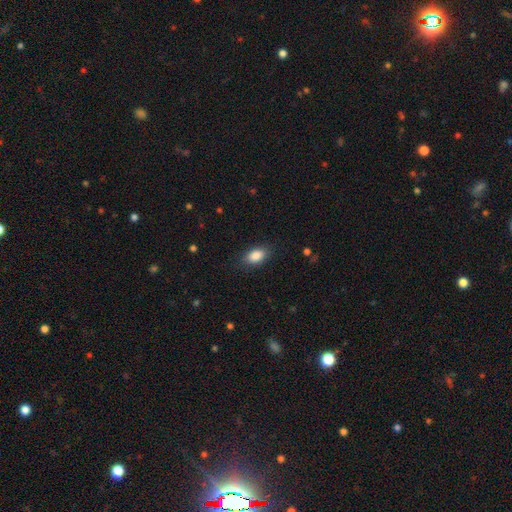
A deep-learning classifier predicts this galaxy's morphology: smooth 88%, star or artifact 8%, featured or disk 4%. Down the decision tree: how rounded — in between (90%); merging — none (85%).